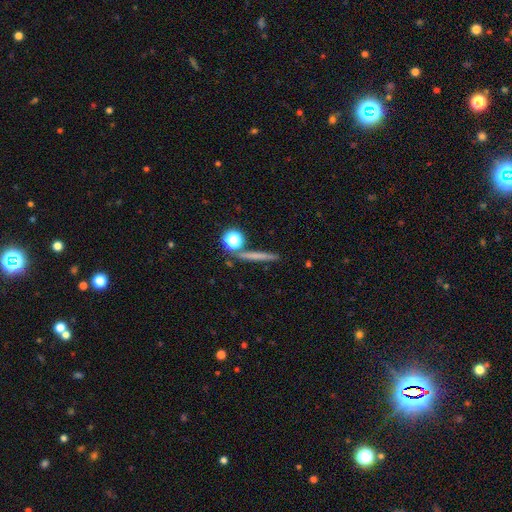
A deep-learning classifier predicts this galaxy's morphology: Smooth or featured? smooth (58%)
How rounded? cigar-shaped (79%)
Merging? none (82%)